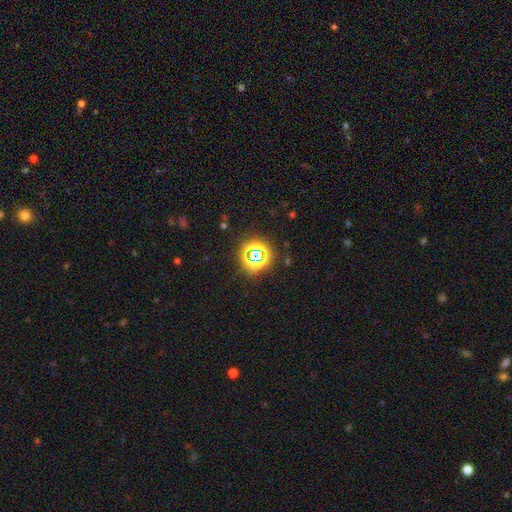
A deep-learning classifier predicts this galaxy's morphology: type=star or artifact (69%).